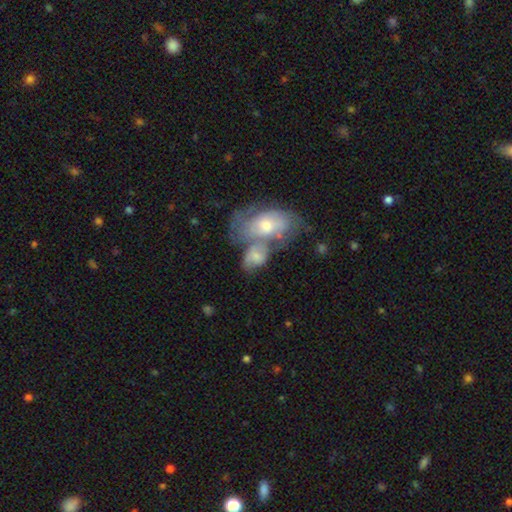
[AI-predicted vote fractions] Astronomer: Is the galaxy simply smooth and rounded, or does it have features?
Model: featured or disk — 47% (runner-up: smooth, 45%).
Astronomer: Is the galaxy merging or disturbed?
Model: merger — 58%.